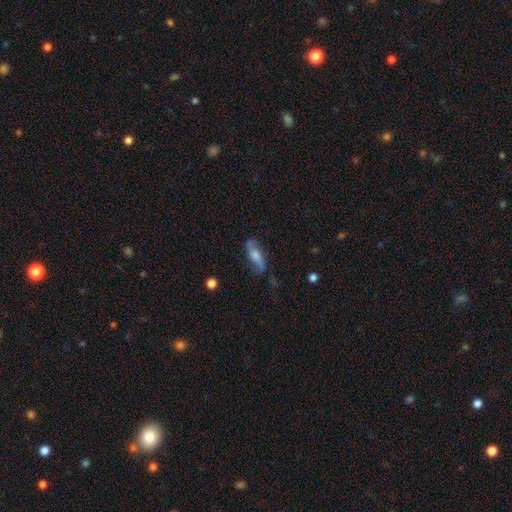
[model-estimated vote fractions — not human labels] A featured or disk galaxy (52%).

Vote fractions:
- Smooth or featured? featured or disk: 52% / smooth: 41% / star or artifact: 7%
- Edge-on disk? no: 75% / yes: 25%
- Merging? none: 67% / minor disturbance: 22% / major disturbance: 8% / merger: 3%